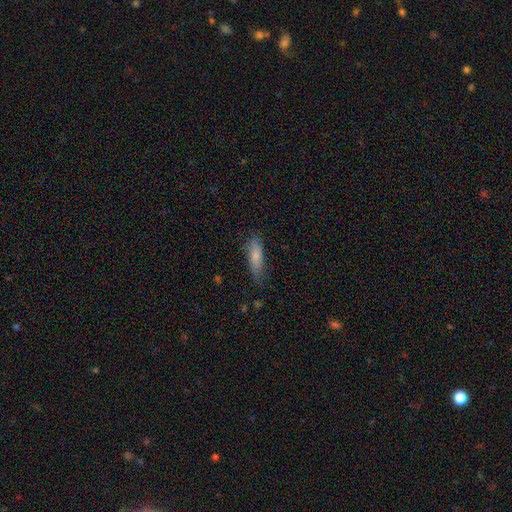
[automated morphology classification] smooth_or_featured: smooth (p=0.77) [alt: featured or disk p=0.16]
how_rounded: cigar-shaped (p=0.56) [alt: in between p=0.42]
merging: none (p=0.68) [alt: minor disturbance p=0.25]